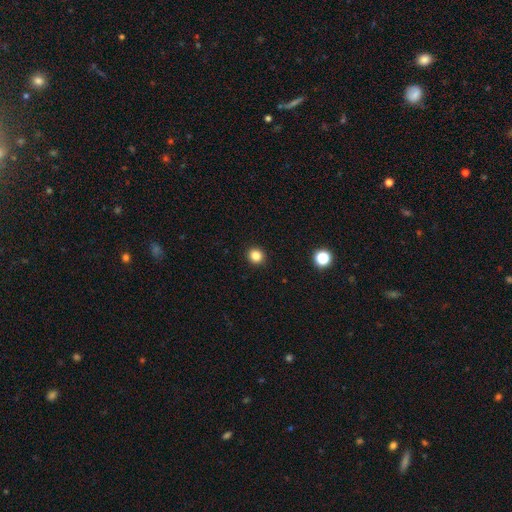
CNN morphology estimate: smooth 84%, star or artifact 12%, featured or disk 4%. Down the decision tree: how rounded — round (90%); merging — none (93%).